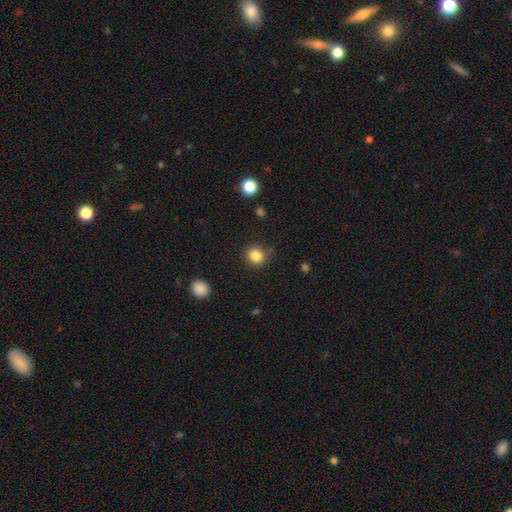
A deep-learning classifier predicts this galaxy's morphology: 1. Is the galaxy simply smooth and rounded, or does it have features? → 85% smooth, 11% star or artifact, 4% featured or disk.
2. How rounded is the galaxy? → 89% round, 11% in between, 1% cigar-shaped.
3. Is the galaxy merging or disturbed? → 87% none, 9% minor disturbance, 3% major disturbance, 2% merger.